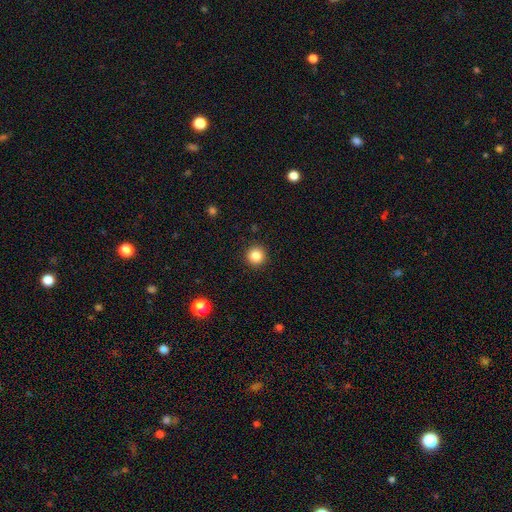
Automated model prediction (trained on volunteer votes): This is clearly a smooth galaxy (85%). How rounded: clearly round (95%). Merging: clearly none (92%).